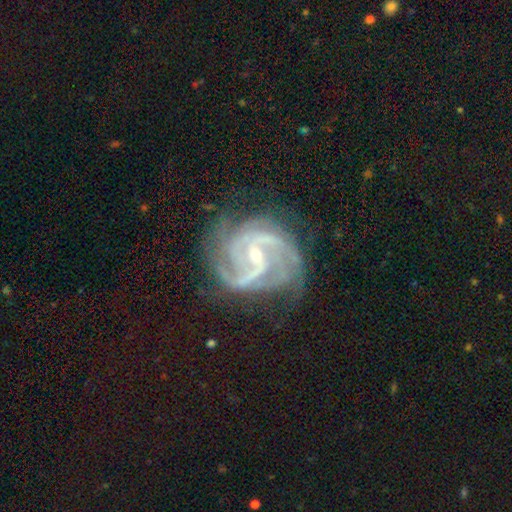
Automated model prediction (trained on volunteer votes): This appears to be a featured or disk galaxy (92%) with a weak bar (44%), 2 (34%) medium (52%) spiral arms (99%) and a small central bulge (72%). Merging: none (69%).